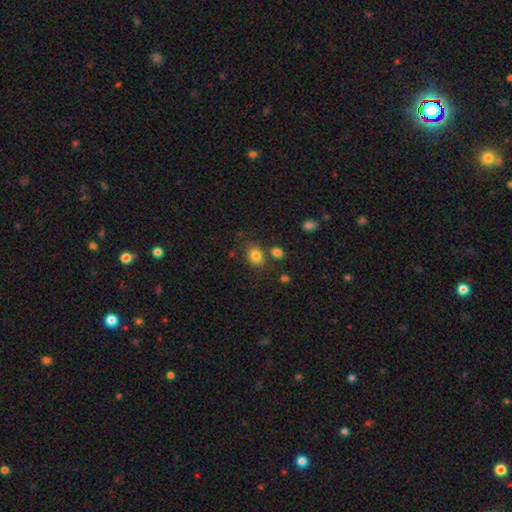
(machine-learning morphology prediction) smooth_or_featured: smooth (p=0.82) [alt: star or artifact p=0.11]
how_rounded: in between (p=0.53) [alt: round p=0.46]
merging: none (p=0.73) [alt: minor disturbance p=0.13]